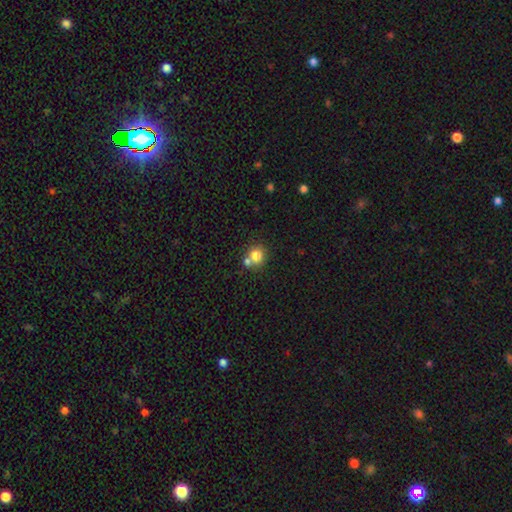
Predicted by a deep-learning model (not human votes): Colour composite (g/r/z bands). It shows a smooth galaxy with no disk features (79%) that is round (86%). Merging: none (52%).